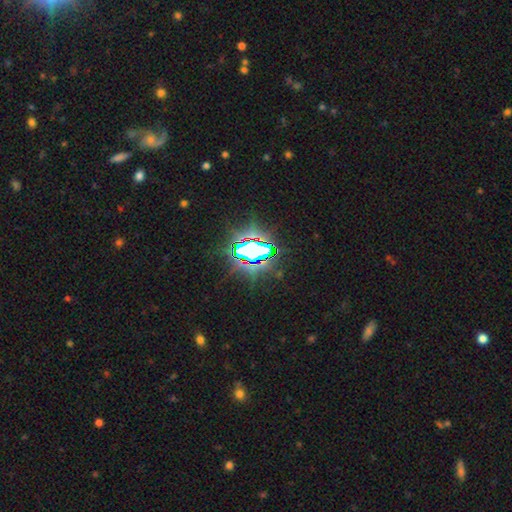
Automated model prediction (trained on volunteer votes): Smooth or featured?
  - star or artifact: 76% *
  - smooth: 12%
  - featured or disk: 11%